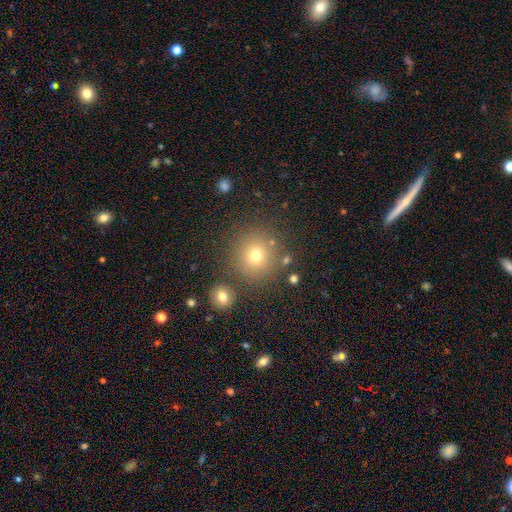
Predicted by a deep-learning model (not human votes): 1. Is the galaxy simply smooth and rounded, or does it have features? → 71% smooth, 19% star or artifact, 10% featured or disk.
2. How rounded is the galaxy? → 94% round, 6% in between, 1% cigar-shaped.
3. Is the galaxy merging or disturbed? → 84% none, 8% minor disturbance, 6% merger, 3% major disturbance.